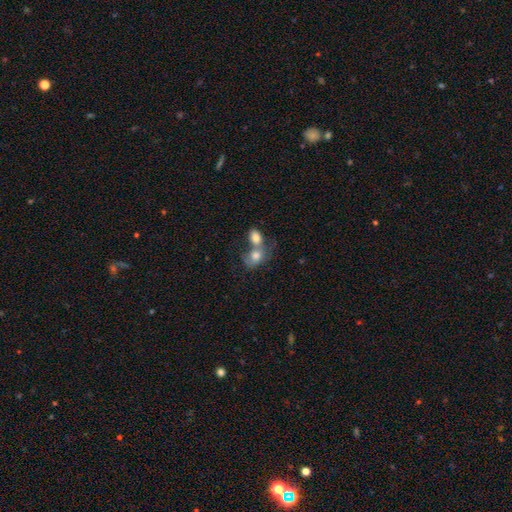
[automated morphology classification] Smooth or featured? Predicted: smooth (p=0.75). How rounded? Predicted: in between (p=0.63). Merging? Predicted: merger (p=0.68).